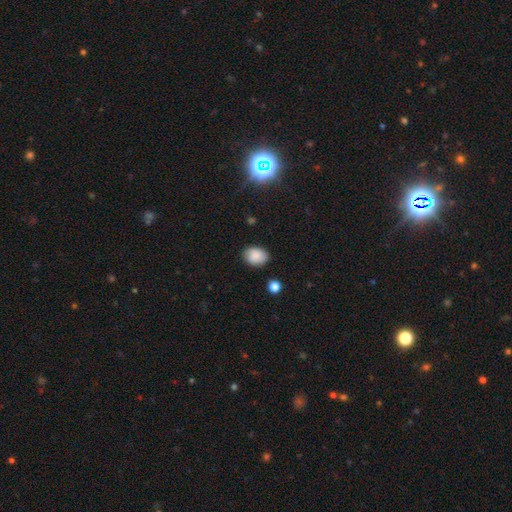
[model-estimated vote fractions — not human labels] Smooth or featured? smooth (87%)
How rounded? in between (68%)
Merging? none (83%)